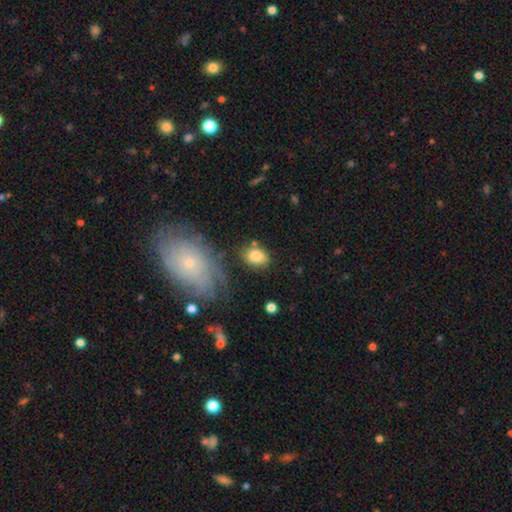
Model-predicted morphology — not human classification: A smooth galaxy with no disk features (82%) that is in between round and cigar-shaped (72%). Merging: none (69%).